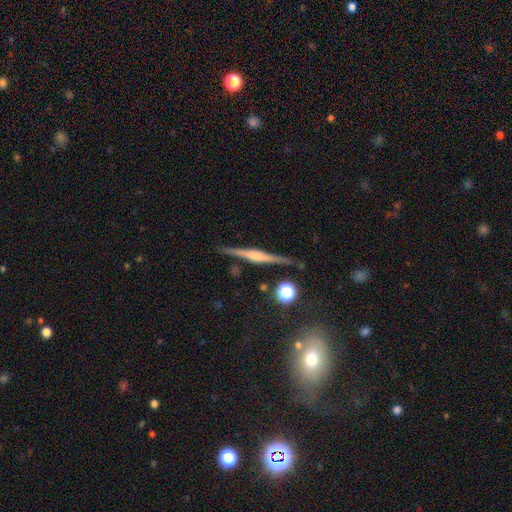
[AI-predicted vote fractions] featured or disk 77%, smooth 15%, star or artifact 8%. Down the decision tree: edge-on disk — yes (98%); edge-on bulge — rounded (76%); merging — none (88%).